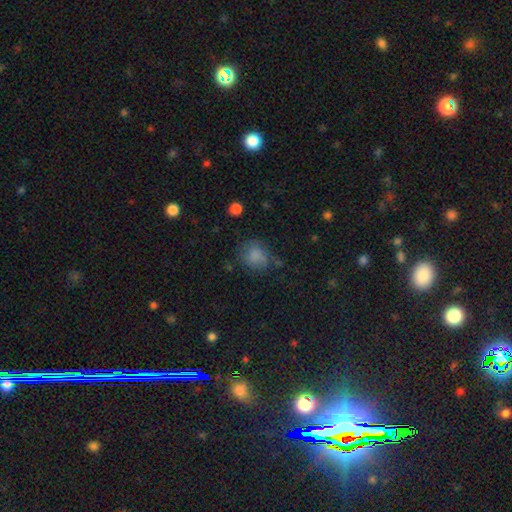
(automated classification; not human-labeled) smooth-or-featured: smooth: 77% | star or artifact: 12% | featured or disk: 11%
  how-rounded: round: 72% | in between: 27% | cigar-shaped: 1%
  merging: none: 58% | minor disturbance: 25% | major disturbance: 13% | merger: 4%